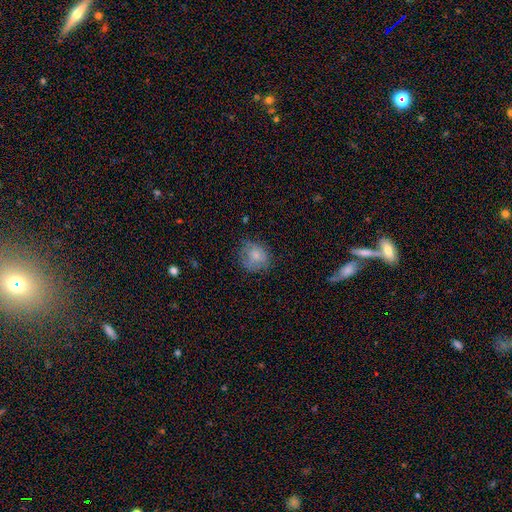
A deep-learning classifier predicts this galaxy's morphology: A smooth galaxy with no disk features (70%) that is round (72%).

Vote fractions:
- Smooth or featured? smooth: 70% / featured or disk: 21% / star or artifact: 9%
- How rounded? round: 72% / in between: 27% / cigar-shaped: 1%
- Merging? none: 66% / minor disturbance: 24% / major disturbance: 9% / merger: 1%